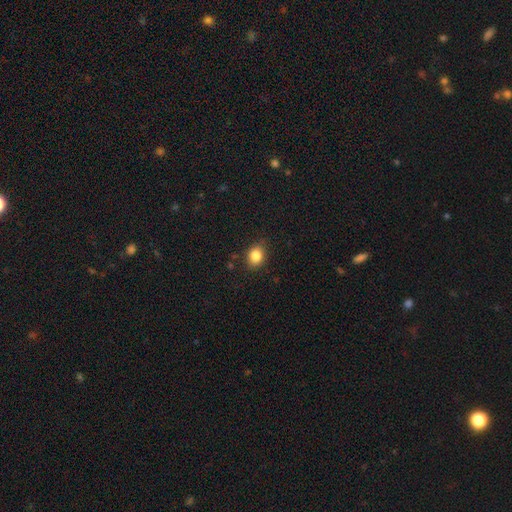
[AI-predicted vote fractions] This appears to be a smooth galaxy with no disk features (84%) that is round (50%). Merging: none (83%).